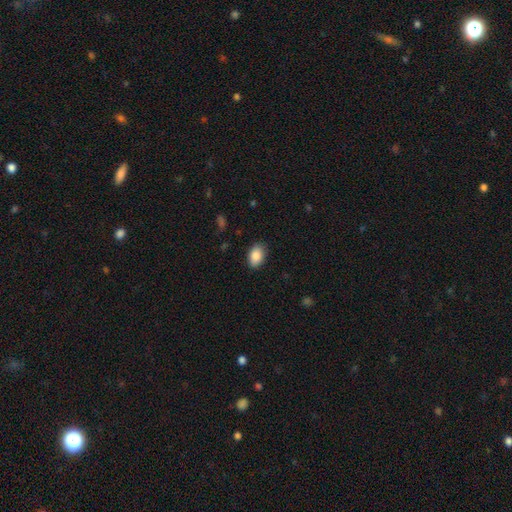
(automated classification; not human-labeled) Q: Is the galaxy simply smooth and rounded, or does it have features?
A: smooth — 88%.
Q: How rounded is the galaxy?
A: in between — 88%.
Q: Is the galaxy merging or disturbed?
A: none — 86%.